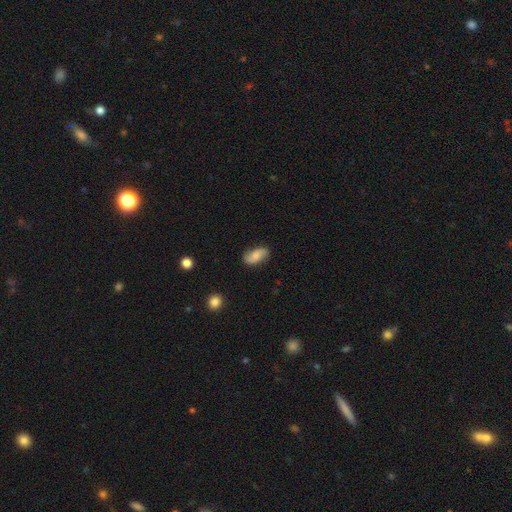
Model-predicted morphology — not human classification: smooth 53%, featured or disk 39%, star or artifact 8%. Down the decision tree: how rounded — in between (90%); merging — none (78%).